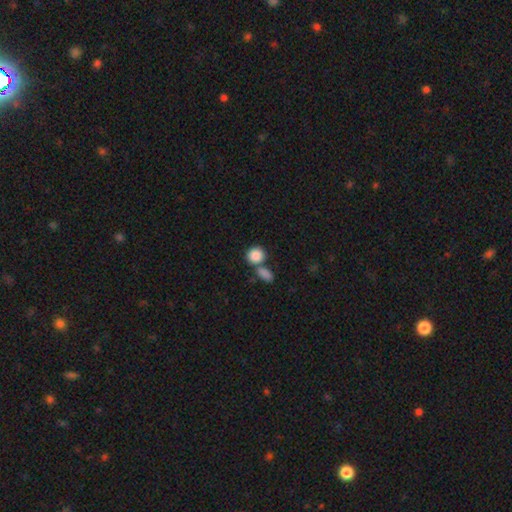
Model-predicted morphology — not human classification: A smooth galaxy with no disk features (87%) that is round (79%). Merging: none (53%).